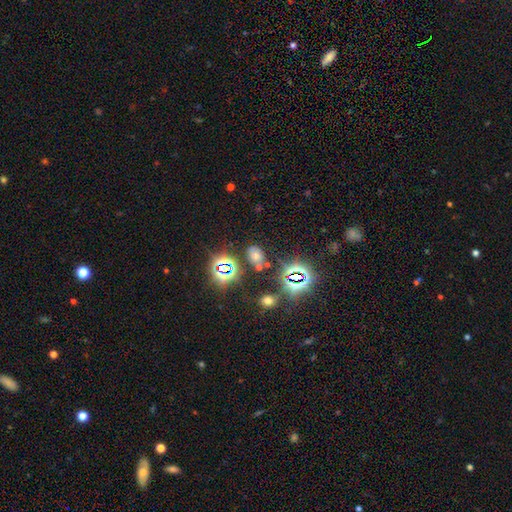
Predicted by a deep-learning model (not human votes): The model was most divided on "smooth or featured": star or artifact: 46%, smooth: 42%, featured or disk: 11%.